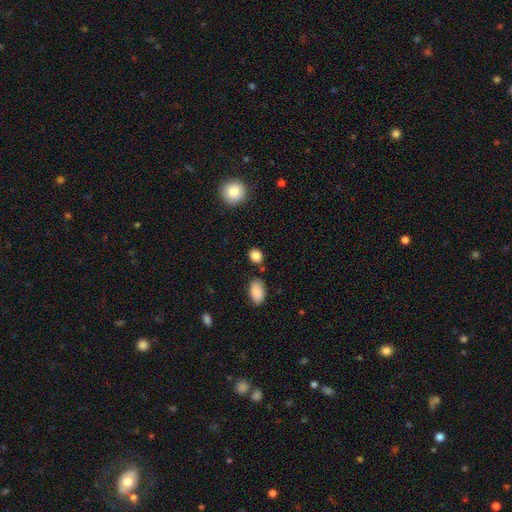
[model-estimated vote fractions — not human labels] Overall: smooth (86%). How rounded: round (54%; in between 44%). Merging: none (78%).